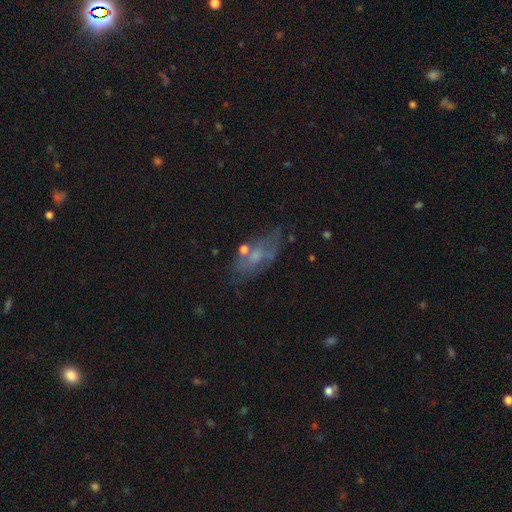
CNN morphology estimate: Q: Smooth or featured?
A: featured or disk (47%); runner-up: smooth (38%)
Q: Merging?
A: none (52%); runner-up: minor disturbance (23%)